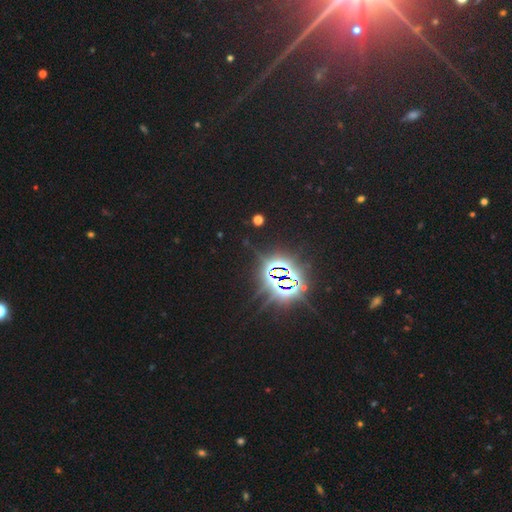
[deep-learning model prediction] star or artifact 84%, smooth 9%, featured or disk 7%.